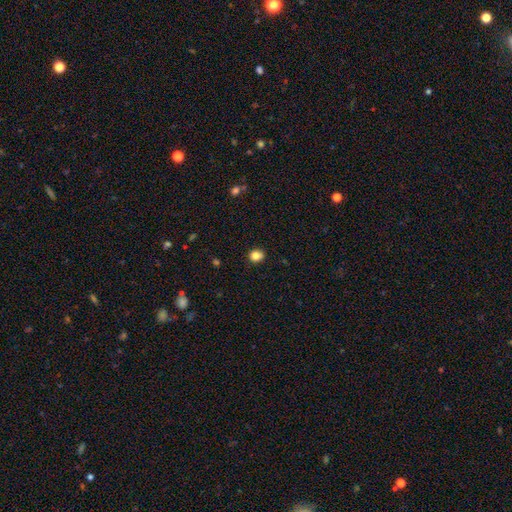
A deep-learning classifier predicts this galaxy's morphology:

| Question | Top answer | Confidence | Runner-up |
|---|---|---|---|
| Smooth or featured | smooth | 82% | star or artifact (12%) |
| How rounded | round | 82% | in between (17%) |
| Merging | none | 82% | minor disturbance (12%) |